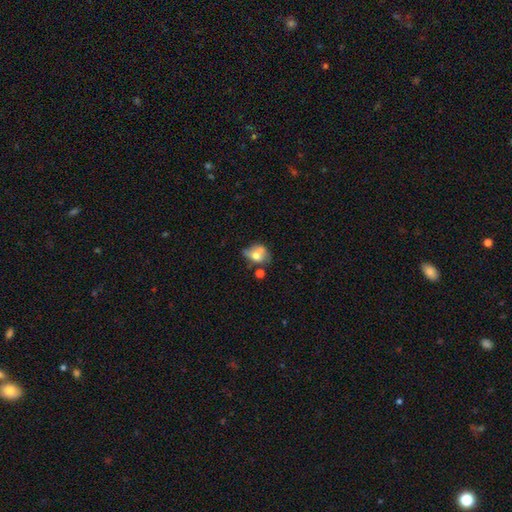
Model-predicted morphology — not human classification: type=smooth (52%); roundness=in between (58%); merging=none (31%).